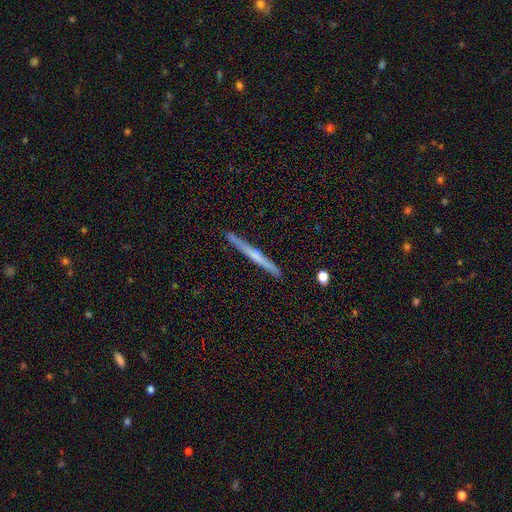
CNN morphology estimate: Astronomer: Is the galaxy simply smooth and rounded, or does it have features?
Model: featured or disk — 51% (runner-up: smooth, 42%).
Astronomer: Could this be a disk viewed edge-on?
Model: yes — 97%.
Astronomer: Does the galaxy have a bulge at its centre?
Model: none — 68%.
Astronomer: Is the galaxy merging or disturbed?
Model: none — 91%.